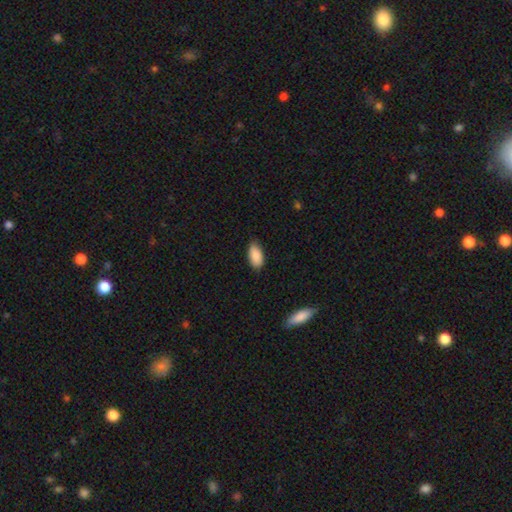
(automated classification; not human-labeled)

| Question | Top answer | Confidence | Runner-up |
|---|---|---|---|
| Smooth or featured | smooth | 89% | star or artifact (7%) |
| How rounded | in between | 93% | cigar-shaped (4%) |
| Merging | none | 78% | minor disturbance (18%) |